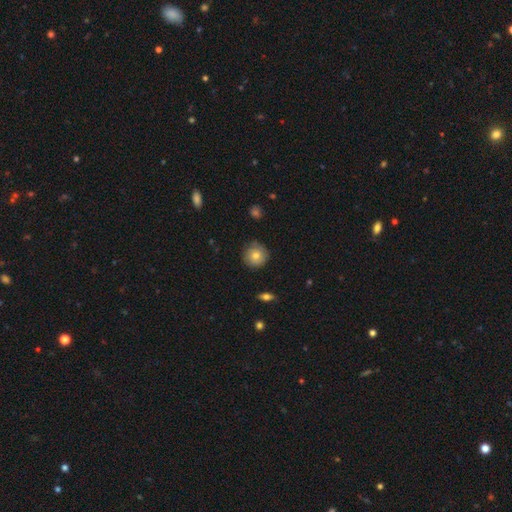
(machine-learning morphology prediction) Q: Smooth or featured?
A: smooth (75%); runner-up: featured or disk (16%)
Q: How rounded?
A: round (94%); runner-up: in between (5%)
Q: Merging?
A: none (82%); runner-up: minor disturbance (14%)